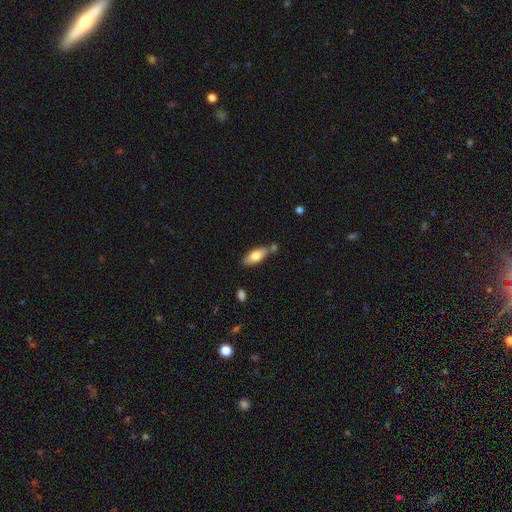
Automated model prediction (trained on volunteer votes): smooth 73%, featured or disk 20%, star or artifact 6%. Down the decision tree: how rounded — in between (78%); merging — none (67%).